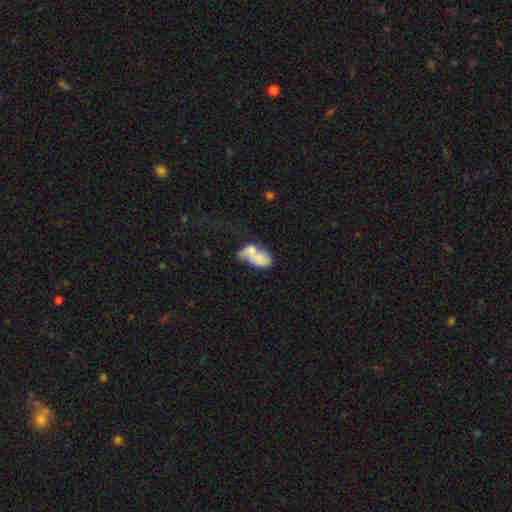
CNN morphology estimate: Smooth or featured? smooth (63%)
How rounded? in between (86%)
Merging? merger (61%)